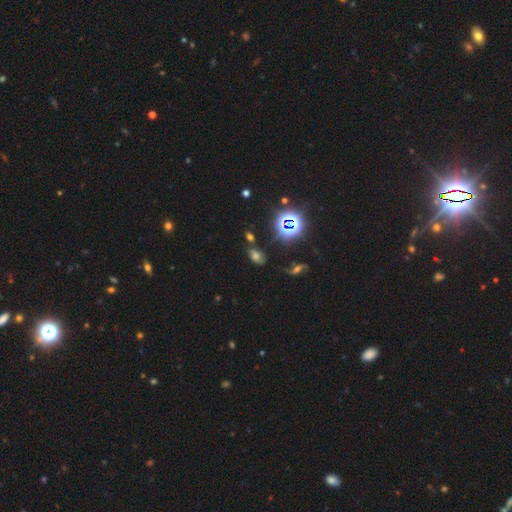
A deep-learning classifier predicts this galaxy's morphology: A smooth galaxy with no disk features (44%). Merging: none (62%).